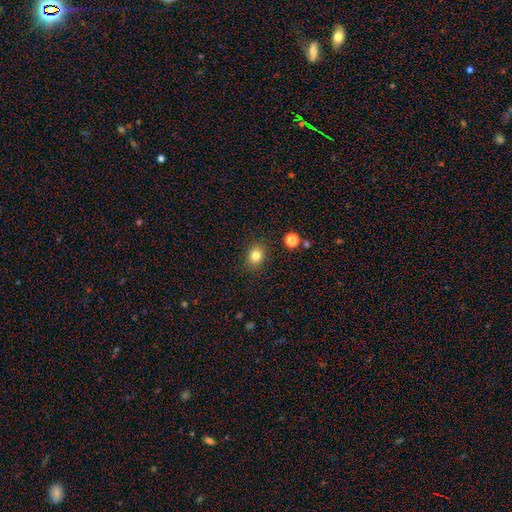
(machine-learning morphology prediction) Q: Smooth or featured?
A: smooth (81%); runner-up: star or artifact (12%)
Q: How rounded?
A: round (59%); runner-up: in between (40%)
Q: Merging?
A: none (88%); runner-up: minor disturbance (8%)